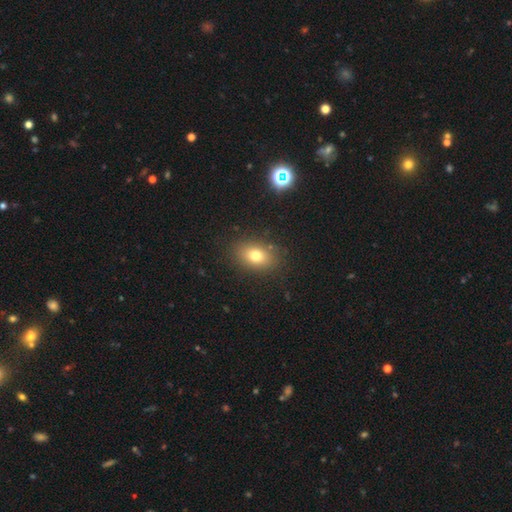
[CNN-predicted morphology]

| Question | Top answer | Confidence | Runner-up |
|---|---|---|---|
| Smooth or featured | smooth | 74% | star or artifact (13%) |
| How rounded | in between | 72% | round (27%) |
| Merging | none | 86% | minor disturbance (9%) |